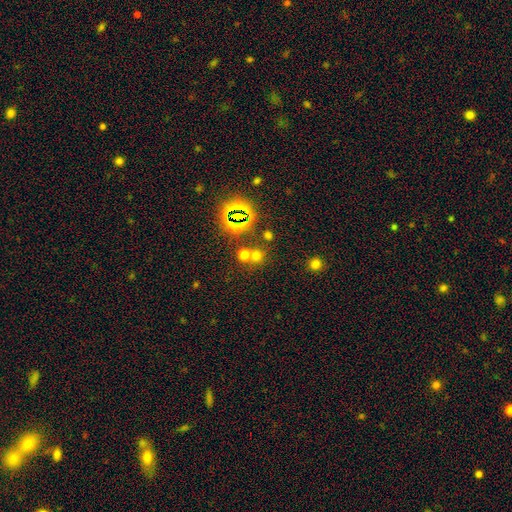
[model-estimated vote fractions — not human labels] smooth_or_featured: smooth (p=0.58) [alt: star or artifact p=0.32]
how_rounded: round (p=0.86) [alt: in between p=0.13]
merging: none (p=0.58) [alt: merger p=0.32]